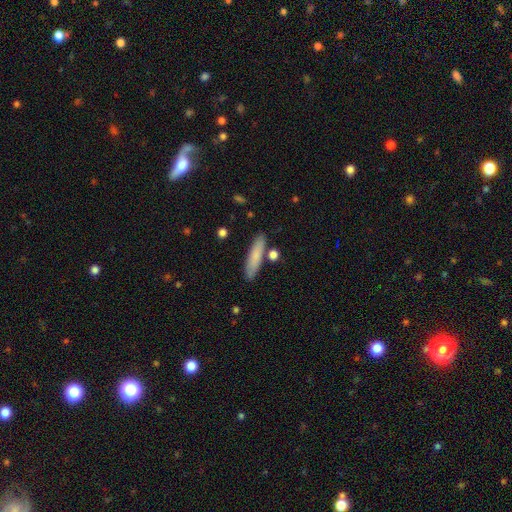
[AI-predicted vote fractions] This appears to be a smooth galaxy with no disk features (79%) that is cigar-shaped (79%). Merging: none (83%).